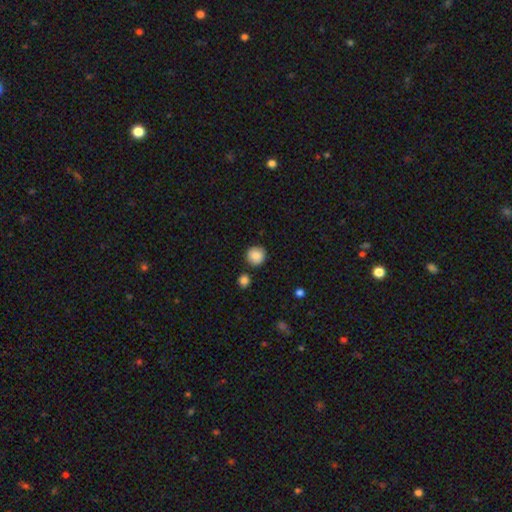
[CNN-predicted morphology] Smooth or featured? Predicted: smooth (p=0.88). How rounded? Predicted: round (p=0.92). Merging? Predicted: none (p=0.85).